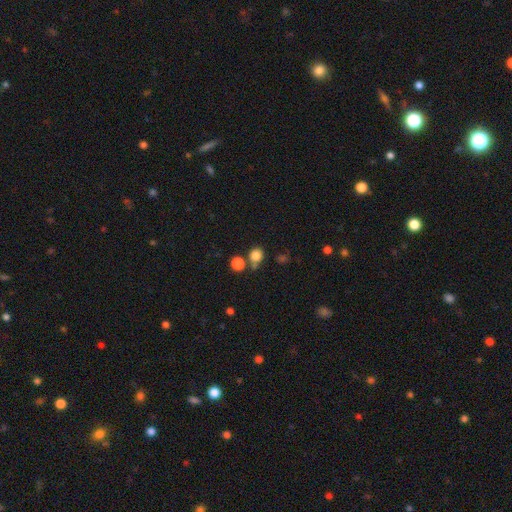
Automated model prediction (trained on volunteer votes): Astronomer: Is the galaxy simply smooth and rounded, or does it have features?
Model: smooth — 82%.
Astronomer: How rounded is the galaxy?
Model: round — 82%.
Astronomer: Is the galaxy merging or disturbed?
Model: none — 63%.